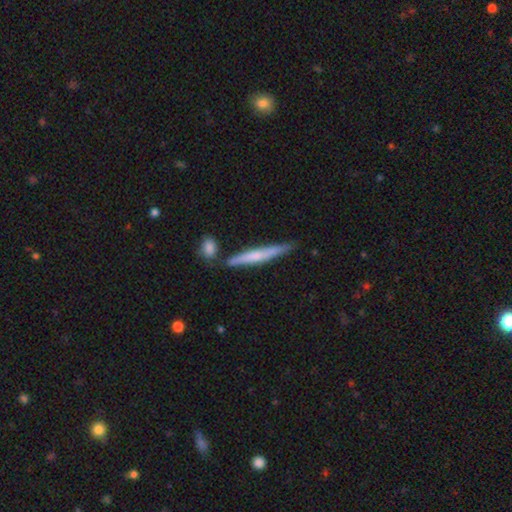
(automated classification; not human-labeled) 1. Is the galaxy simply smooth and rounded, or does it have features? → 53% smooth, 42% featured or disk, 6% star or artifact.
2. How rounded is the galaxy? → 95% cigar-shaped, 4% in between, 2% round.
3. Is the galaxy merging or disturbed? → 75% none, 15% minor disturbance, 7% merger, 3% major disturbance.